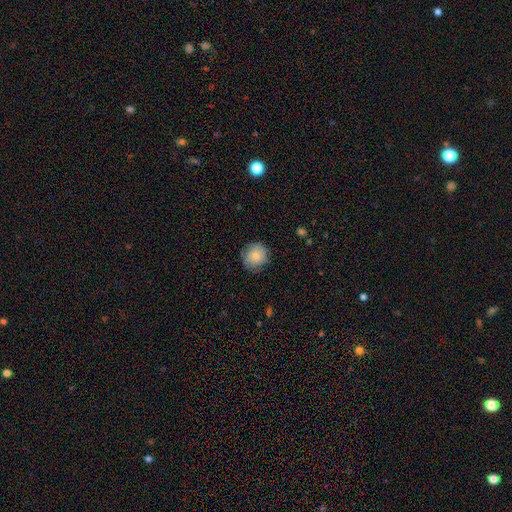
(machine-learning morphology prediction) A smooth galaxy with no disk features (80%) that is round (89%). Merging: none (77%).